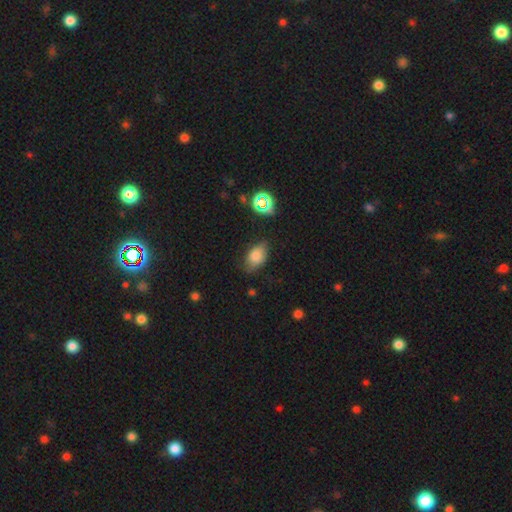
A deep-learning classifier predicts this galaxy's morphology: This appears to be a smooth galaxy with no disk features (77%) that is in between round and cigar-shaped (85%). Merging: none (69%).